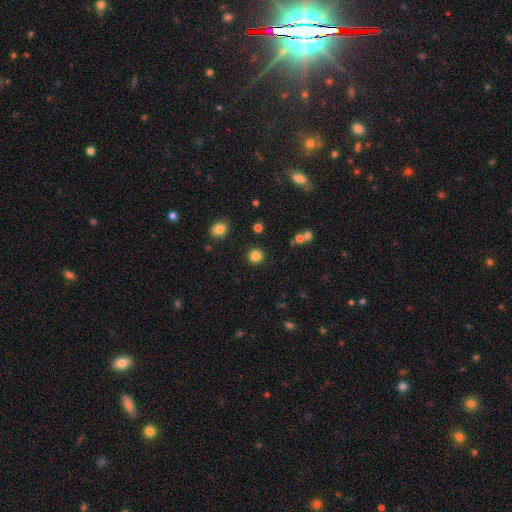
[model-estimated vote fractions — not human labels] Overall: smooth (84%). How rounded: round (93%). Merging: none (91%).